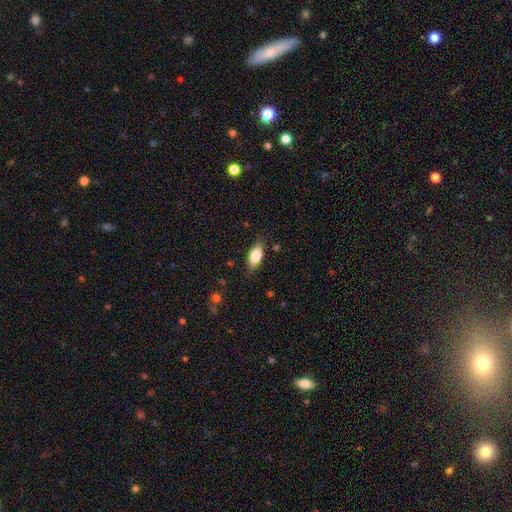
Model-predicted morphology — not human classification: Smooth or featured? Predicted: smooth (p=0.80). How rounded? Predicted: in between (p=0.90). Merging? Predicted: none (p=0.82).